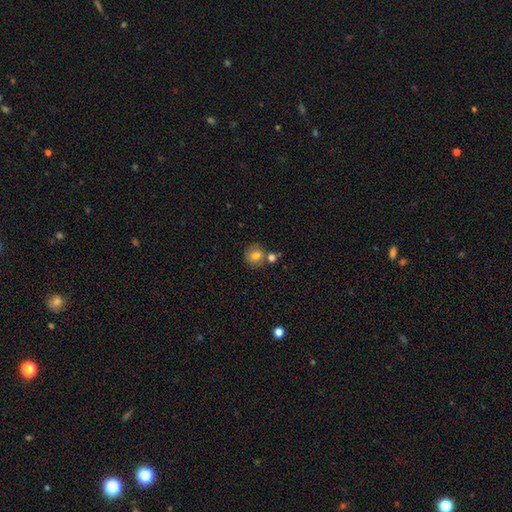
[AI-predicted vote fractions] This appears to be a smooth galaxy with no disk features (80%) that is round (86%). Merging: none (62%).